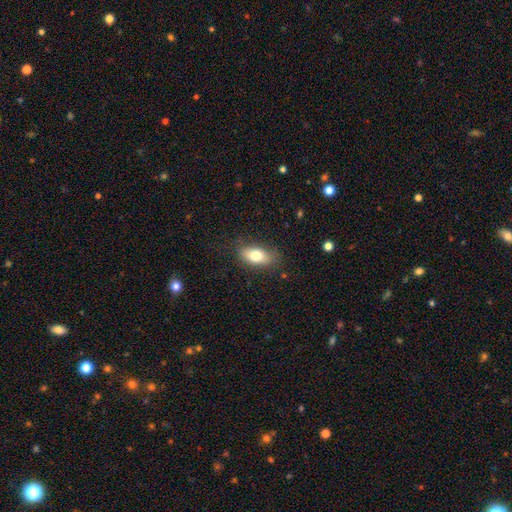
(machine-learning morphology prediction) type=smooth (77%); roundness=in between (86%); merging=none (80%).